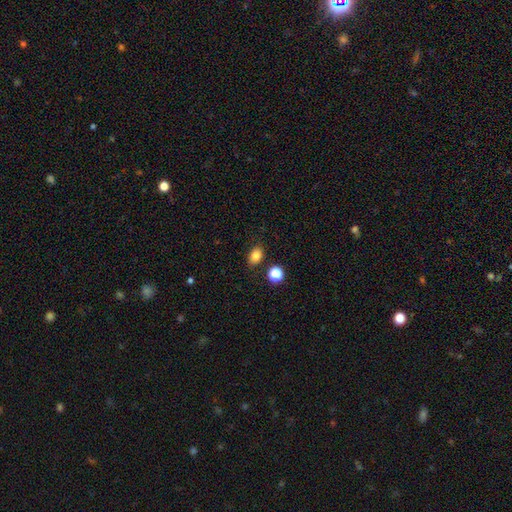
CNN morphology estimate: This is clearly a smooth galaxy (82%). How rounded: likely in between (74%). Merging: clearly none (82%).